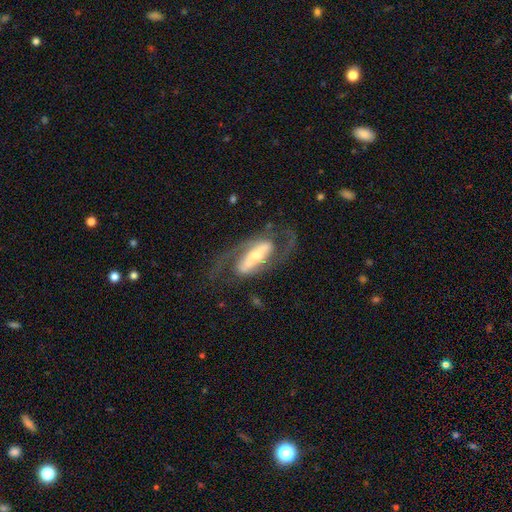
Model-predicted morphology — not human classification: Smooth or featured? featured or disk (84%)
Edge-on disk? no (89%)
Bar? strong (63%)
Spiral arms? yes (89%)
Spiral winding? medium (50%)
Spiral arm count? 2 (89%)
Bulge size? moderate (44%)
Merging? none (66%)